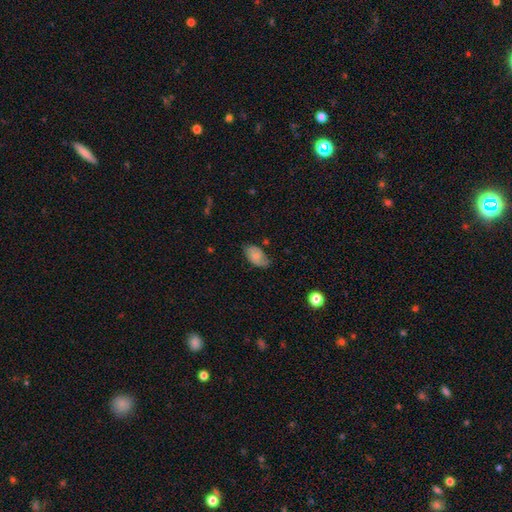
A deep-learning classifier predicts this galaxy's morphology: Smooth or featured: smooth — 63% (featured or disk — 29%)
How rounded: in between — 92% (round — 6%)
Merging: none — 62% (minor disturbance — 29%)